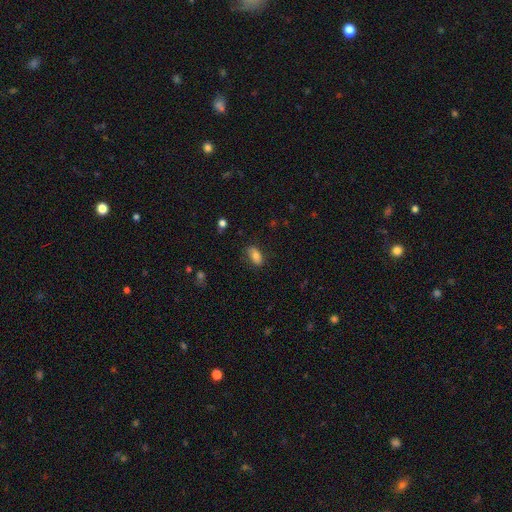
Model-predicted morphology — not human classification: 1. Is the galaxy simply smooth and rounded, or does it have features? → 80% smooth, 12% featured or disk, 9% star or artifact.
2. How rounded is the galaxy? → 90% in between, 5% round, 4% cigar-shaped.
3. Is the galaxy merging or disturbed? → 78% none, 17% minor disturbance, 4% major disturbance, 1% merger.